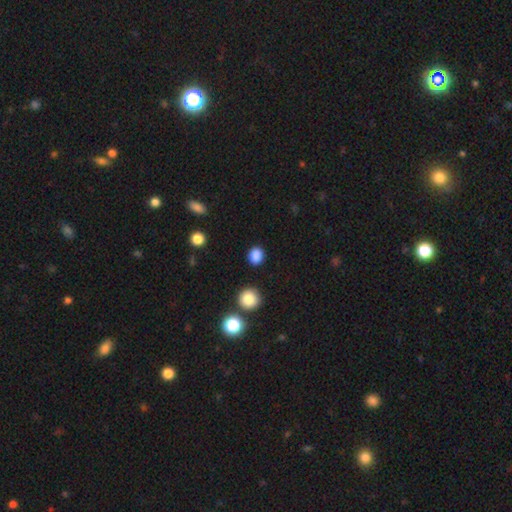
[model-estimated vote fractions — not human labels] Smooth or featured? smooth (85%)
How rounded? round (69%)
Merging? none (86%)